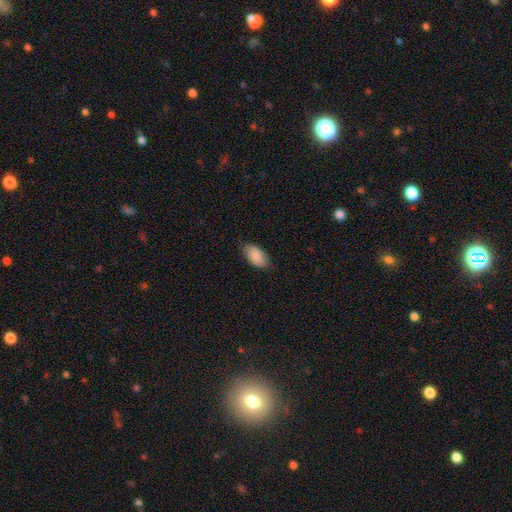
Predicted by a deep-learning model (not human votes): Overall: smooth (88%). How rounded: in between (95%). Merging: none (80%).